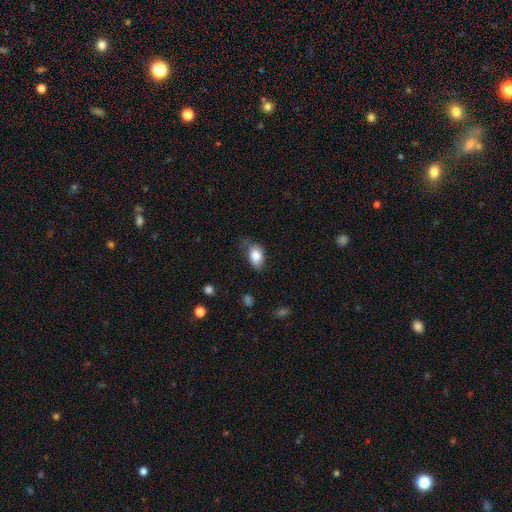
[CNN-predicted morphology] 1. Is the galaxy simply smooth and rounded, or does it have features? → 83% smooth, 10% featured or disk, 7% star or artifact.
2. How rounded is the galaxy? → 86% in between, 12% round, 2% cigar-shaped.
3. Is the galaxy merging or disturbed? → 53% none, 33% minor disturbance, 12% major disturbance, 2% merger.